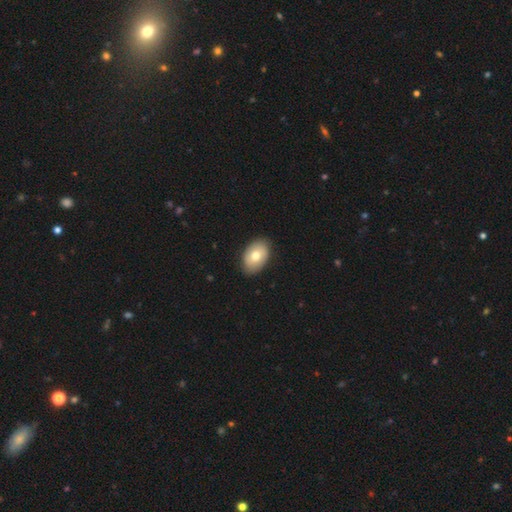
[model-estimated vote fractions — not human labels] Overall: smooth (73%). How rounded: in between (88%). Merging: none (86%).